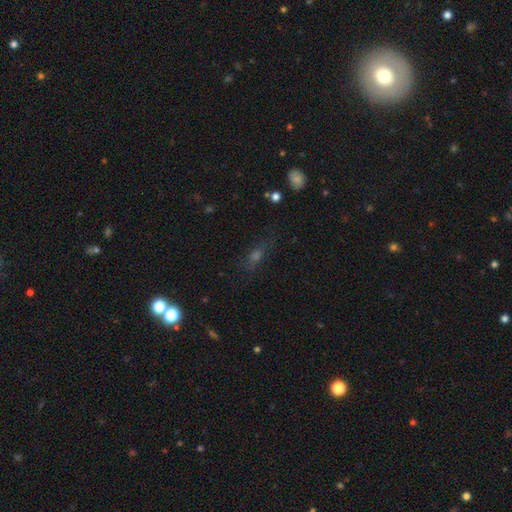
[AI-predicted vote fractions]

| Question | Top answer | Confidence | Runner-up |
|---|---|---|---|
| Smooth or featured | smooth | 41% | star or artifact (34%) |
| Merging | none | 71% | minor disturbance (16%) |